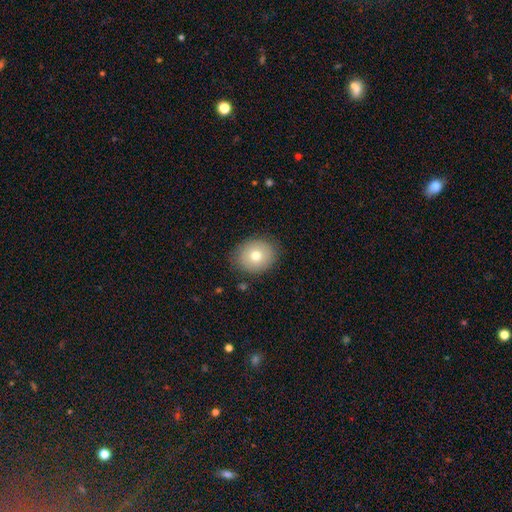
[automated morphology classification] A smooth galaxy with no disk features (73%) that is round (72%). Merging: none (85%).